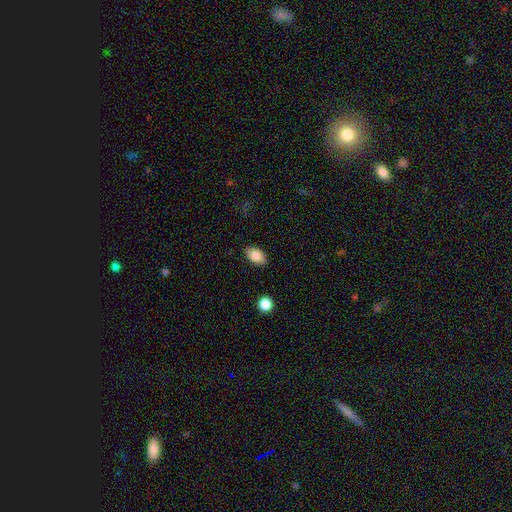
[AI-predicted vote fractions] smooth 84%, featured or disk 8%, star or artifact 7%. Down the decision tree: how rounded — in between (89%); merging — none (86%).